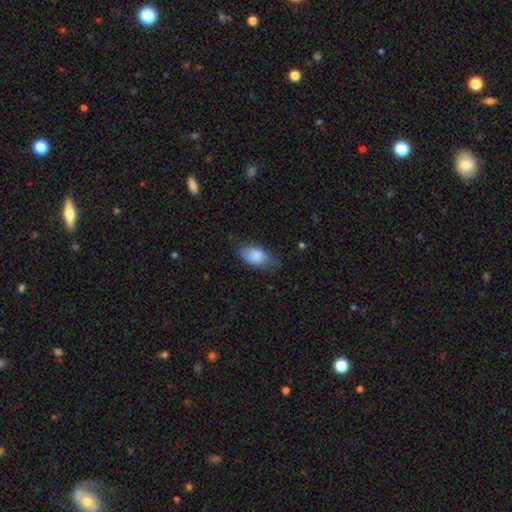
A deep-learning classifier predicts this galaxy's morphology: Smooth or featured?
  - smooth: 83% *
  - featured or disk: 11%
  - star or artifact: 7%
How rounded?
  - in between: 92% *
  - round: 5%
  - cigar-shaped: 4%
Merging?
  - none: 63% *
  - minor disturbance: 27%
  - major disturbance: 8%
  - merger: 1%